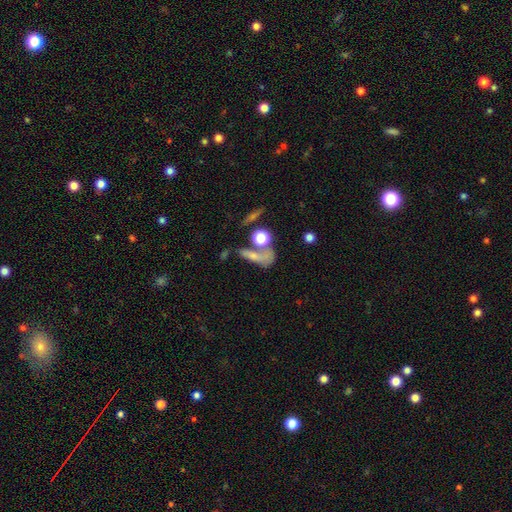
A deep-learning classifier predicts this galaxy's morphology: This appears to be a smooth galaxy with no disk features (58%) that is in between round and cigar-shaped (45%). Merging: none (34%).